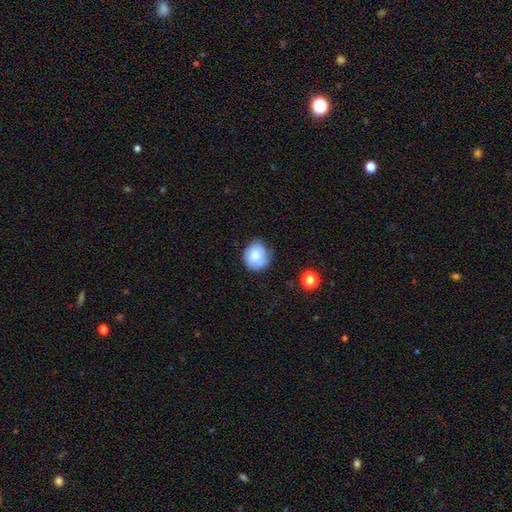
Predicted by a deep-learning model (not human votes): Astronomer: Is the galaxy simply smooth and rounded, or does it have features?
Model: smooth — 71%.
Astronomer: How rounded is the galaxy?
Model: round — 81%.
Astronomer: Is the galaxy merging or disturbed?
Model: none — 66%.